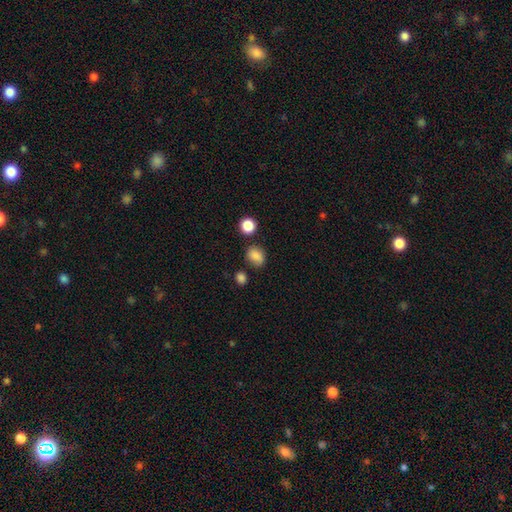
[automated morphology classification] smooth_or_featured: smooth (p=0.83) [alt: star or artifact p=0.12]
how_rounded: in between (p=0.57) [alt: round p=0.42]
merging: none (p=0.69) [alt: minor disturbance p=0.19]